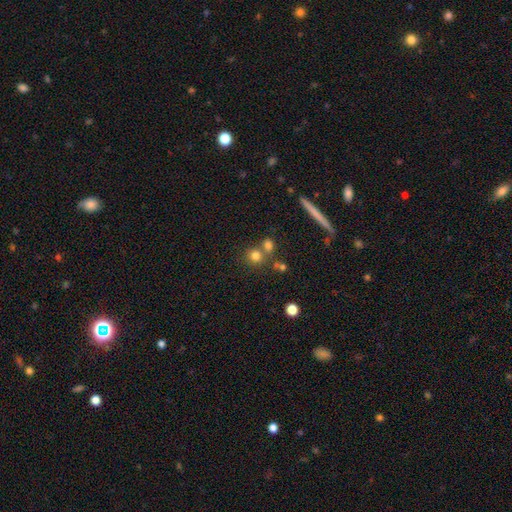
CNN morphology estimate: type=smooth (76%); roundness=round (86%); merging=none (61%).